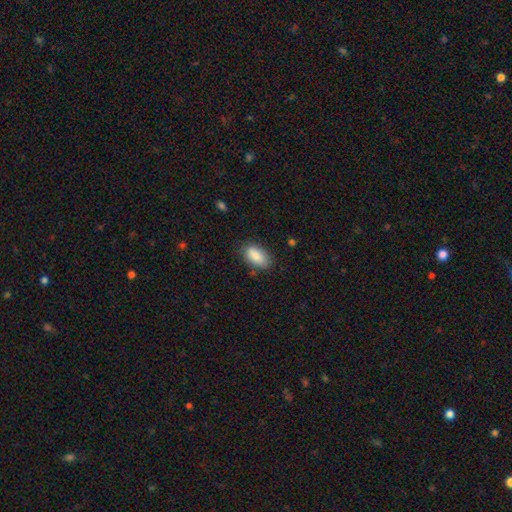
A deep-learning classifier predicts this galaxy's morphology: Q: Smooth or featured?
A: smooth (88%); runner-up: star or artifact (7%)
Q: How rounded?
A: in between (92%); runner-up: cigar-shaped (4%)
Q: Merging?
A: none (78%); runner-up: minor disturbance (16%)